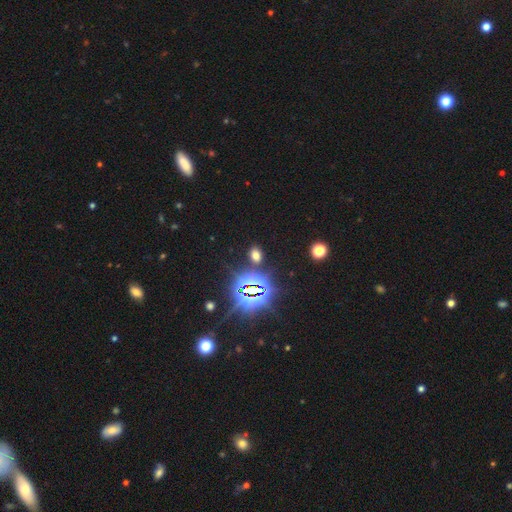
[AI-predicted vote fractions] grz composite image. It shows a smooth galaxy with no disk features (51%) that is in between round and cigar-shaped (77%). Merging: none (84%).